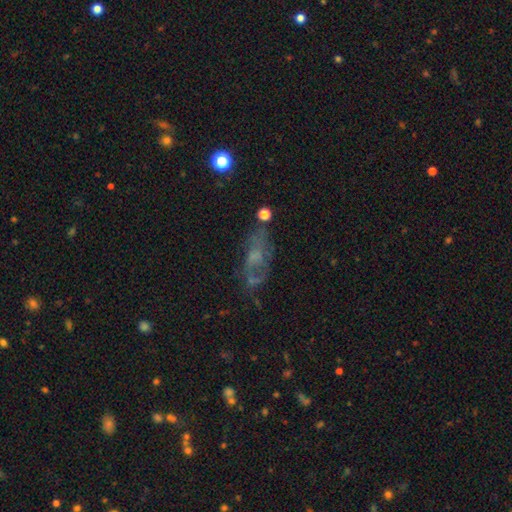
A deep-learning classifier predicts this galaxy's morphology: Overall: featured or disk (51%; smooth 32%). Edge-on disk: no (85%). Merging: none (55%; minor disturbance 21%).